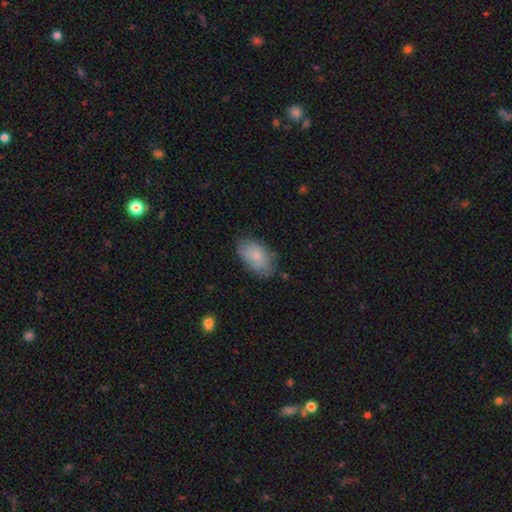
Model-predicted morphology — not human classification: Smooth or featured: smooth — 79% (featured or disk — 14%)
How rounded: in between — 92% (round — 7%)
Merging: none — 68% (minor disturbance — 24%)